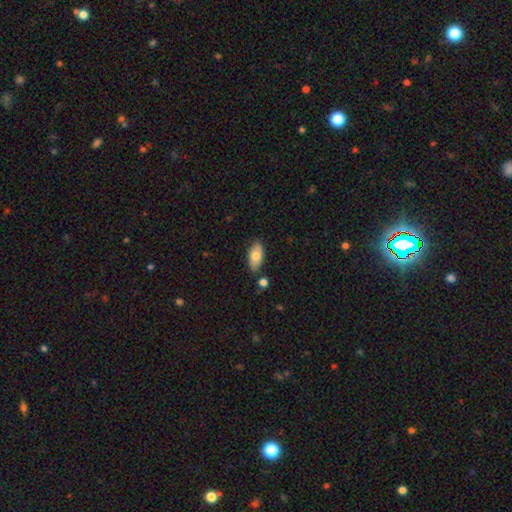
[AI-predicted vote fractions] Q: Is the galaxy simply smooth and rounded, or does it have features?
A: smooth — 76%.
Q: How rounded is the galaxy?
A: in between — 89%.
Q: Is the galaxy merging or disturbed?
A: none — 79%.